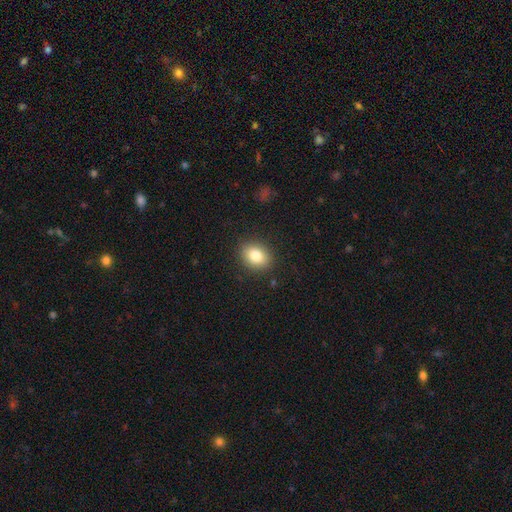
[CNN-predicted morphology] Q: Smooth or featured?
A: smooth (82%); runner-up: star or artifact (9%)
Q: How rounded?
A: in between (61%); runner-up: round (38%)
Q: Merging?
A: none (88%); runner-up: minor disturbance (8%)